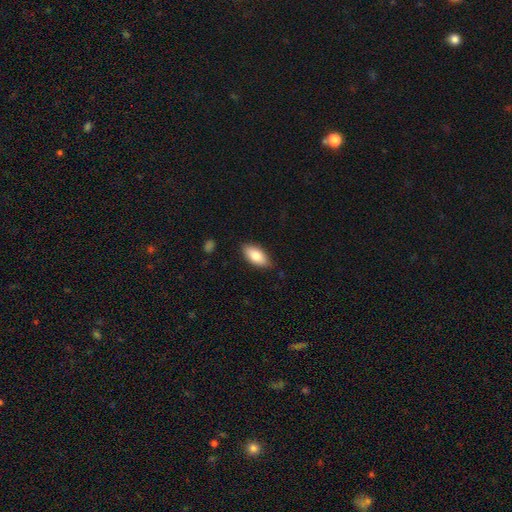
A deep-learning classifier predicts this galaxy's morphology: type=smooth (81%); roundness=in between (90%); merging=none (83%).